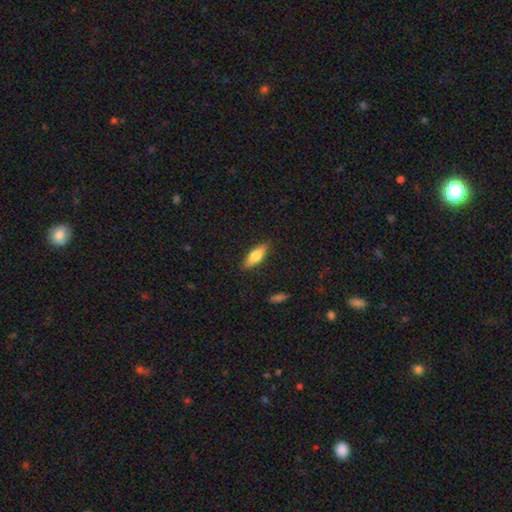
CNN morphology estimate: smooth-or-featured: smooth: 71% | featured or disk: 23% | star or artifact: 6%
  how-rounded: in between: 60% | cigar-shaped: 37% | round: 2%
  merging: none: 86% | minor disturbance: 10% | major disturbance: 2% | merger: 1%